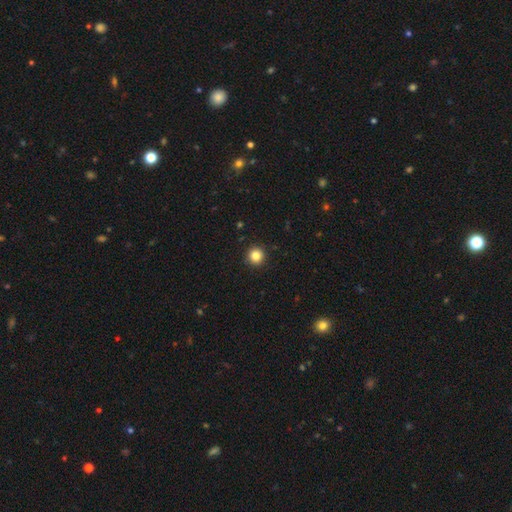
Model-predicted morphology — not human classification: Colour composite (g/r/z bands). It shows a smooth galaxy with no disk features (84%) that is round (95%). Merging: none (93%).